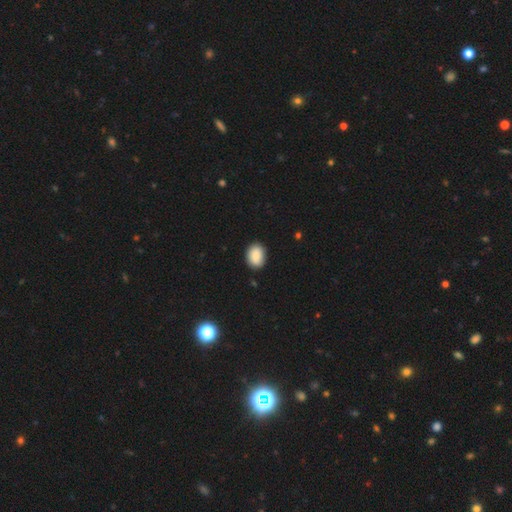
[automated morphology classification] type=smooth (88%); roundness=in between (69%); merging=none (86%).